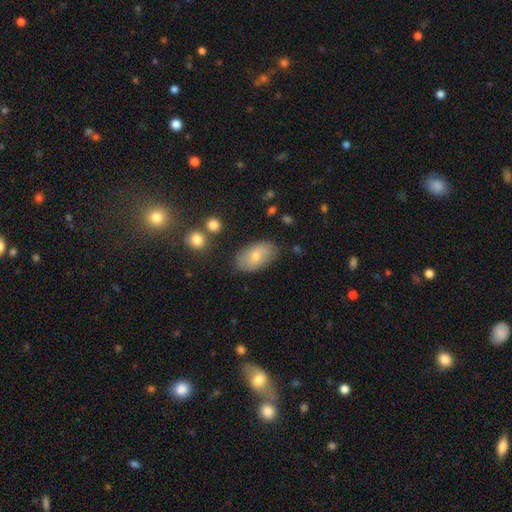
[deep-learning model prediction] The model was most divided on "smooth or featured": smooth: 65%, featured or disk: 26%, star or artifact: 9%. More confident: how rounded — in between (92%); merging — none (80%).